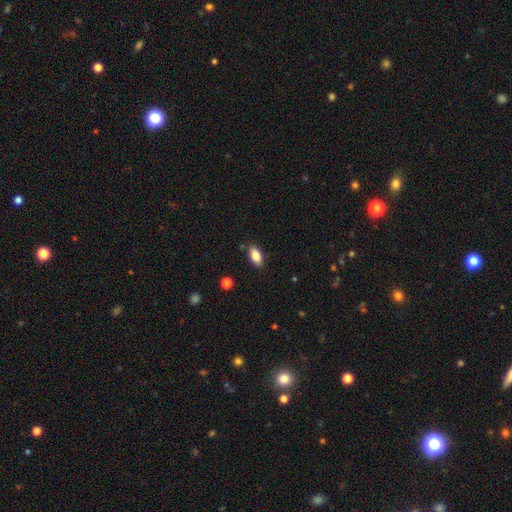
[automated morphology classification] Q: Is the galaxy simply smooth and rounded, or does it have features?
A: smooth — 81%.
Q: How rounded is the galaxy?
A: in between — 90%.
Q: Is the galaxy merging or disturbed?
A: none — 84%.